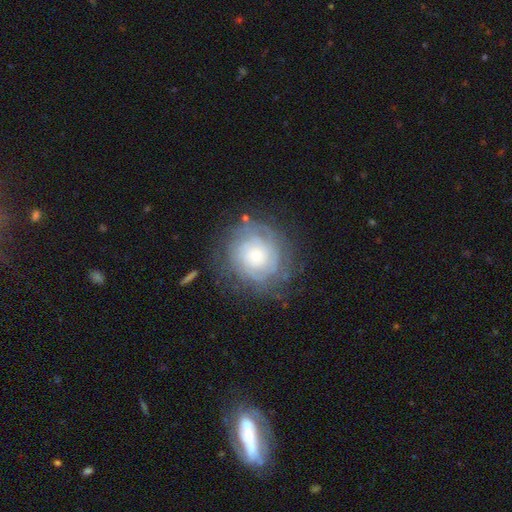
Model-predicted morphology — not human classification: Smooth or featured? Predicted: featured or disk (p=0.72). Edge-on disk? Predicted: no (p=0.97). Bar? Predicted: no (p=0.83). Spiral arms? Predicted: yes (p=0.86). Spiral winding? Predicted: tight (p=0.77). Spiral arm count? Predicted: can't tell (p=0.53). Bulge size? Predicted: small (p=0.59). Merging? Predicted: none (p=0.75).